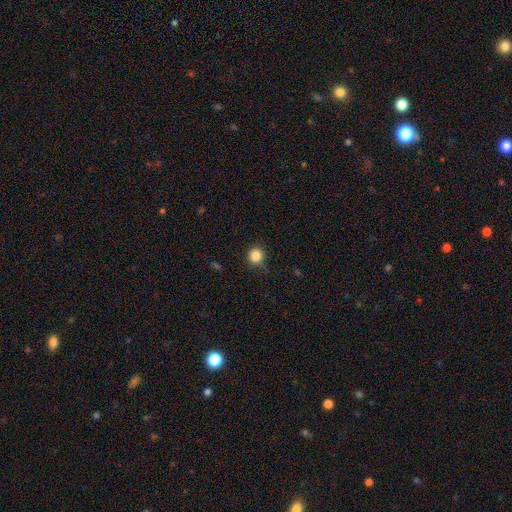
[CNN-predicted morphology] smooth-or-featured: smooth: 85% | star or artifact: 11% | featured or disk: 4%
  how-rounded: round: 94% | in between: 5% | cigar-shaped: 1%
  merging: none: 84% | minor disturbance: 12% | major disturbance: 3% | merger: 1%